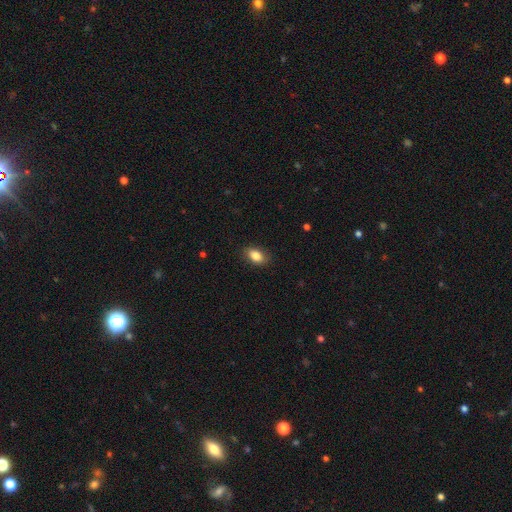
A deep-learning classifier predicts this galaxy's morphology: This is clearly a smooth galaxy (85%). How rounded: clearly in between (86%). Merging: clearly none (86%).